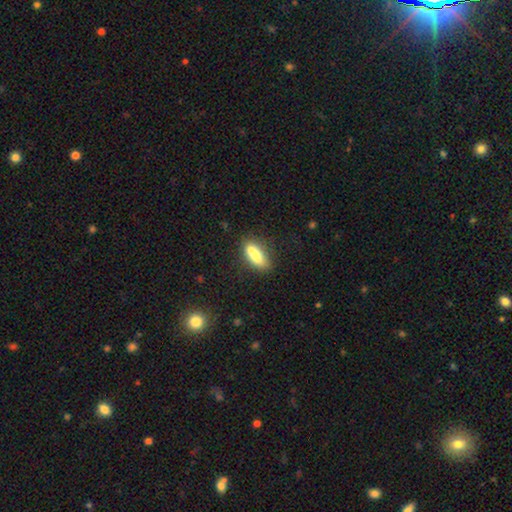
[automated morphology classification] Smooth or featured: smooth — 73% (featured or disk — 19%)
How rounded: in between — 69% (cigar-shaped — 27%)
Merging: none — 53% (merger — 22%)